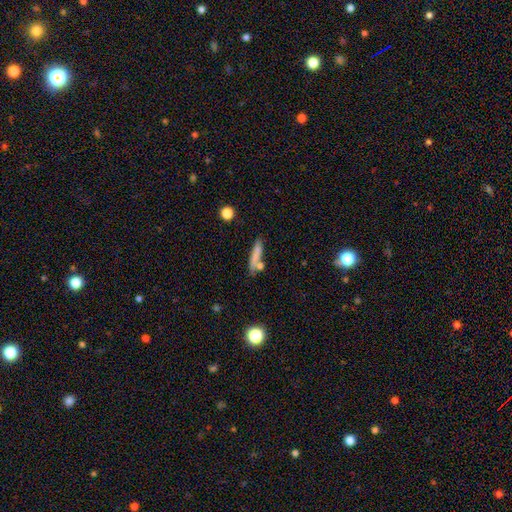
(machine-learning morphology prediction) Smooth or featured? smooth (74%)
How rounded? cigar-shaped (81%)
Merging? none (63%)